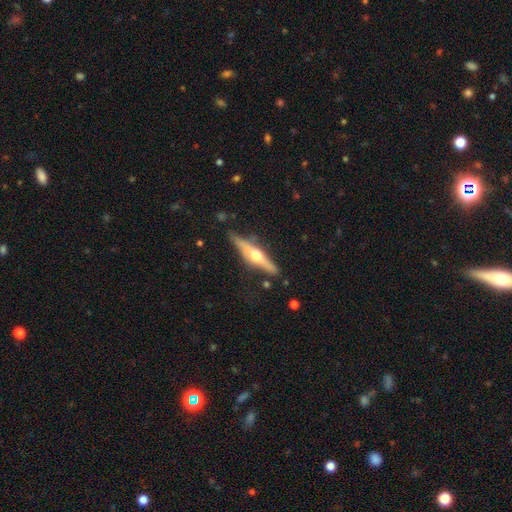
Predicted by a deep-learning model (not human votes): Morphology: type=featured or disk (70%); edge-on=yes (96%); edge-on bulge=rounded (95%); merging=none (80%).